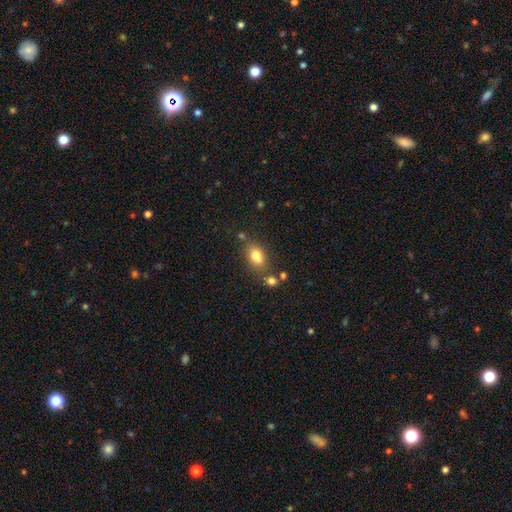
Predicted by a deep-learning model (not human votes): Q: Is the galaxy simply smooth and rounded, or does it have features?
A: smooth — 79%.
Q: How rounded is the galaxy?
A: in between — 79%.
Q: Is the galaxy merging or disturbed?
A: none — 63%.